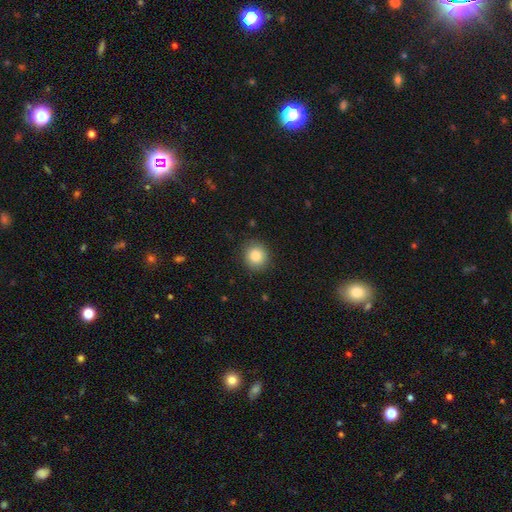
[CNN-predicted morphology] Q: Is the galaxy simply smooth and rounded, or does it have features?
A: smooth — 85%.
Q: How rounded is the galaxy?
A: round — 86%.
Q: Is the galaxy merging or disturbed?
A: none — 89%.